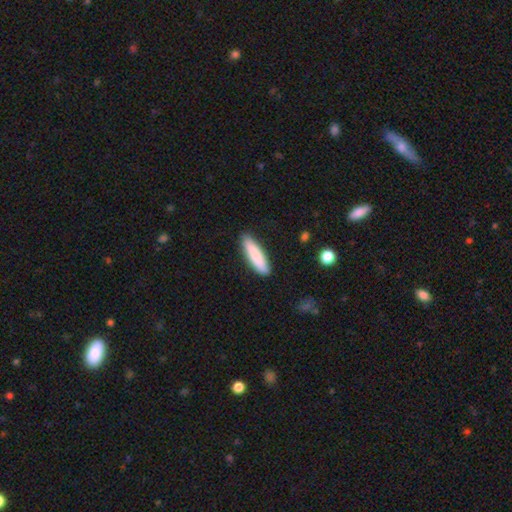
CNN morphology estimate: A smooth galaxy with no disk features (84%) that is cigar-shaped (74%).

Vote fractions:
- Smooth or featured? smooth: 84% / featured or disk: 10% / star or artifact: 5%
- How rounded? cigar-shaped: 74% / in between: 25% / round: 1%
- Merging? none: 87% / minor disturbance: 10% / major disturbance: 2% / merger: 1%